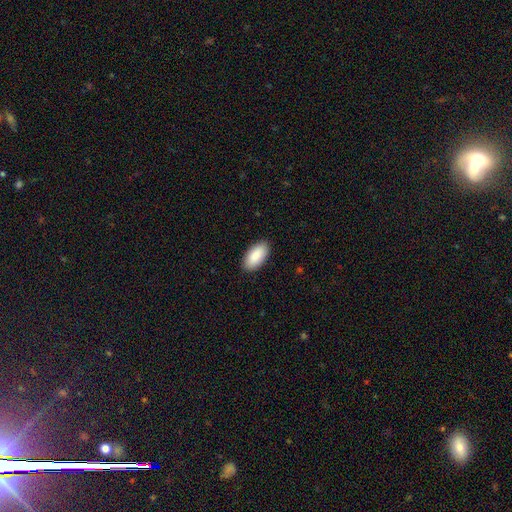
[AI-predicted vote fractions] smooth 89%, star or artifact 6%, featured or disk 5%. Down the decision tree: how rounded — in between (95%); merging — none (90%).